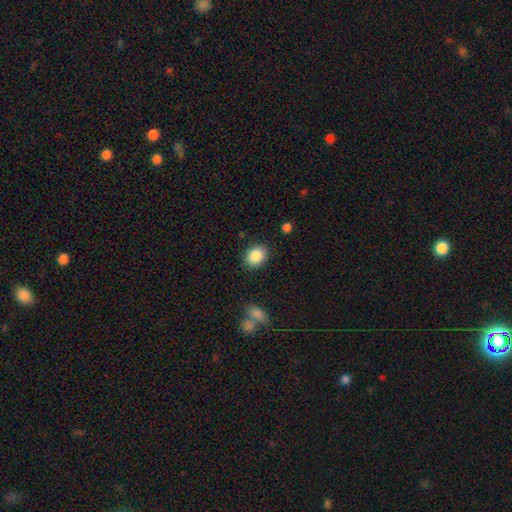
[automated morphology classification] A smooth galaxy with no disk features (87%) that is round (51%).

Vote fractions:
- Smooth or featured? smooth: 87% / star or artifact: 8% / featured or disk: 5%
- How rounded? round: 51% / in between: 48% / cigar-shaped: 1%
- Merging? none: 85% / minor disturbance: 10% / major disturbance: 3% / merger: 2%